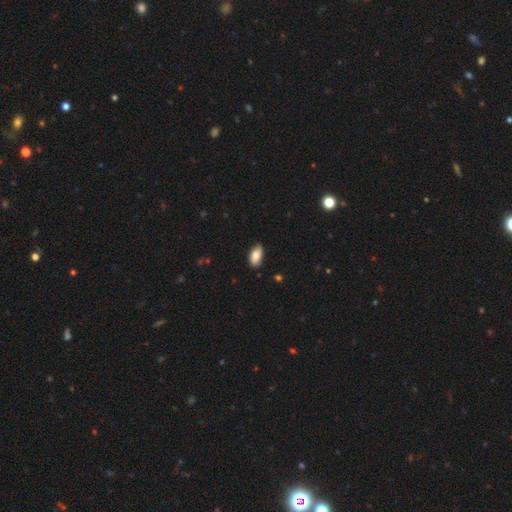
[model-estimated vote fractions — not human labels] This is clearly a smooth galaxy (80%). How rounded: clearly in between (93%). Merging: likely none (77%).